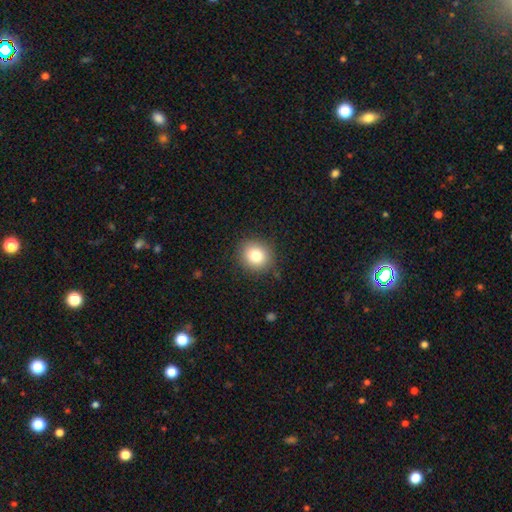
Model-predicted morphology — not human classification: Q: Smooth or featured?
A: smooth (81%); runner-up: star or artifact (10%)
Q: How rounded?
A: round (83%); runner-up: in between (16%)
Q: Merging?
A: none (87%); runner-up: minor disturbance (9%)